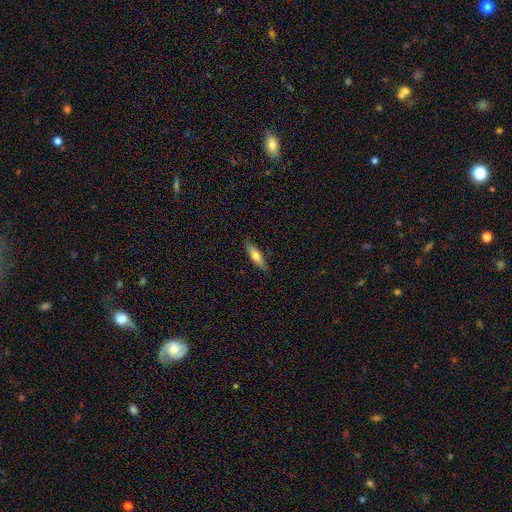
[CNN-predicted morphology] Smooth or featured? smooth (60%)
How rounded? cigar-shaped (63%)
Merging? none (87%)